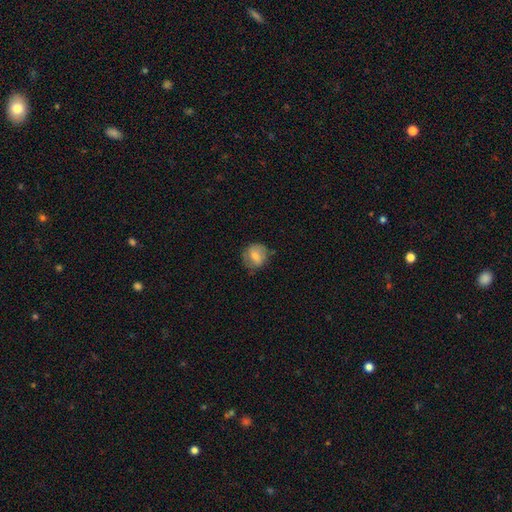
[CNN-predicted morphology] smooth-or-featured: smooth: 68% | featured or disk: 25% | star or artifact: 8%
  how-rounded: round: 75% | in between: 24% | cigar-shaped: 1%
  merging: none: 70% | minor disturbance: 22% | major disturbance: 7% | merger: 2%